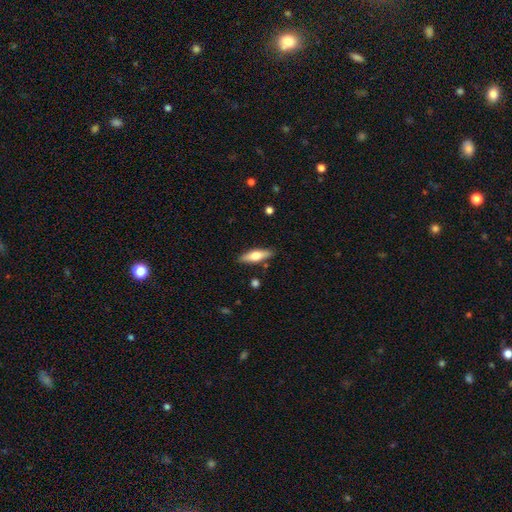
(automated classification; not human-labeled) The model was most divided on "how rounded": cigar-shaped: 53%, in between: 44%, round: 2%. More confident: merging — none (87%); smooth or featured — smooth (56%).